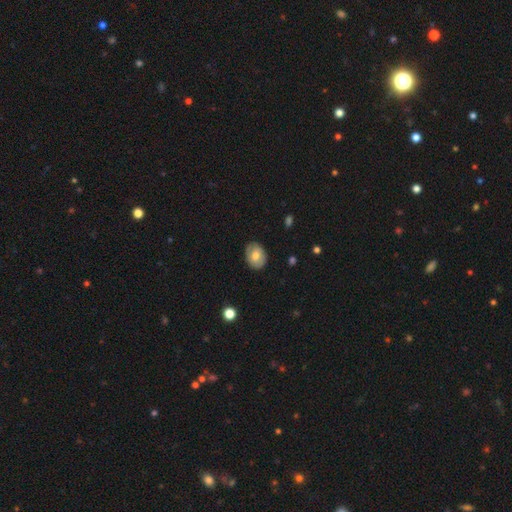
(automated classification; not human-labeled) smooth-or-featured: smooth: 56% | featured or disk: 36% | star or artifact: 7%
  how-rounded: in between: 62% | round: 37% | cigar-shaped: 1%
  merging: none: 81% | minor disturbance: 14% | major disturbance: 3% | merger: 1%